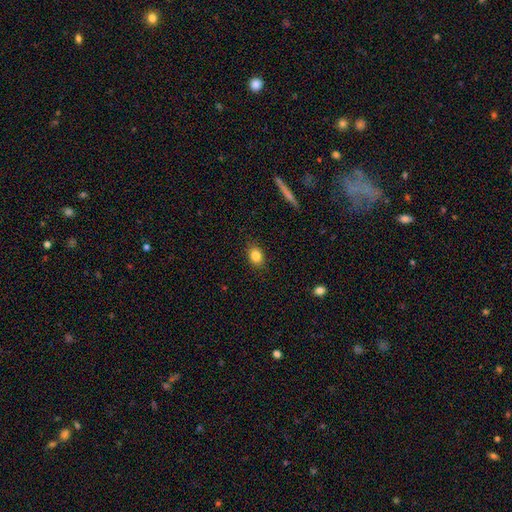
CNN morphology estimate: Smooth or featured?
  - smooth: 85% *
  - star or artifact: 9%
  - featured or disk: 6%
How rounded?
  - in between: 69% *
  - round: 29%
  - cigar-shaped: 2%
Merging?
  - none: 87% *
  - minor disturbance: 9%
  - major disturbance: 2%
  - merger: 1%